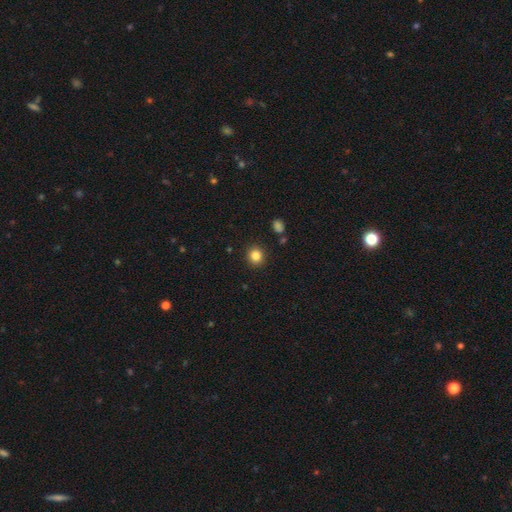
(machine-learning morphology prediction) Smooth or featured: smooth — 84% (star or artifact — 11%)
How rounded: round — 90% (in between — 9%)
Merging: none — 91% (minor disturbance — 6%)